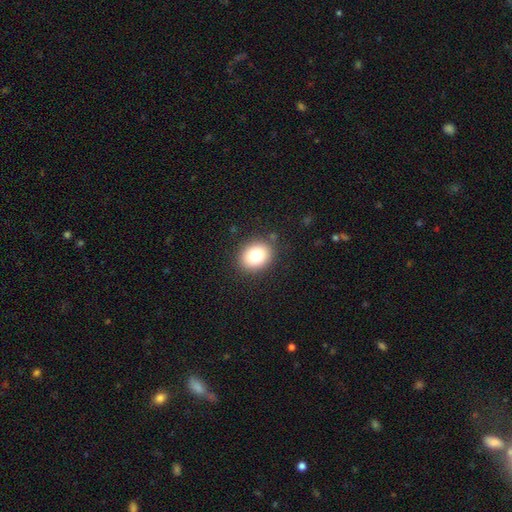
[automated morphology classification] Q: Smooth or featured?
A: smooth (80%); runner-up: star or artifact (10%)
Q: How rounded?
A: in between (51%); runner-up: round (48%)
Q: Merging?
A: none (87%); runner-up: minor disturbance (9%)